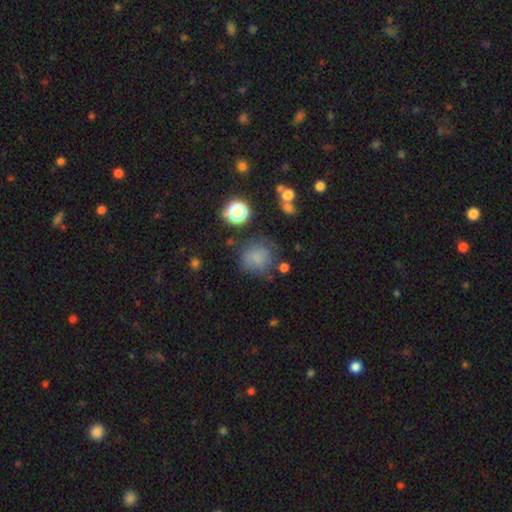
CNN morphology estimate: Q: Smooth or featured?
A: smooth (74%); runner-up: star or artifact (17%)
Q: How rounded?
A: round (83%); runner-up: in between (16%)
Q: Merging?
A: none (64%); runner-up: minor disturbance (22%)